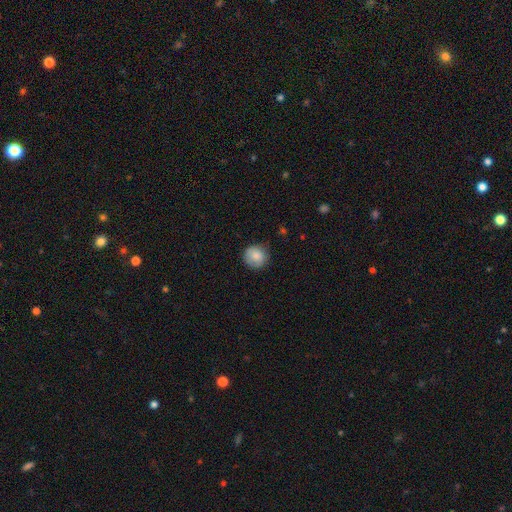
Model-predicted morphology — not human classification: This is clearly a smooth galaxy (83%). How rounded: clearly round (92%). Merging: likely none (78%).